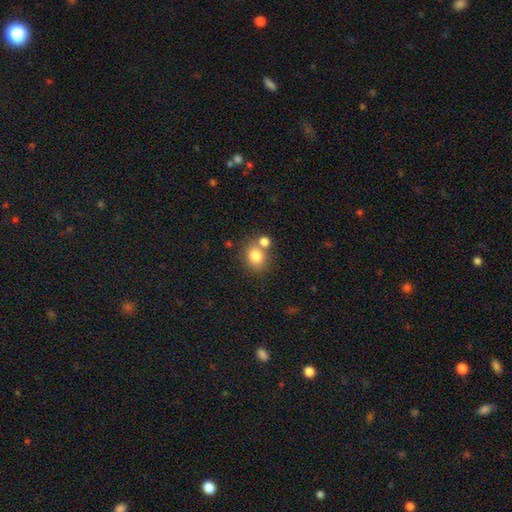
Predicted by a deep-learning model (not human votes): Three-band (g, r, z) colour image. It shows a smooth galaxy with no disk features (80%) that is round (70%). Merging: none (58%).